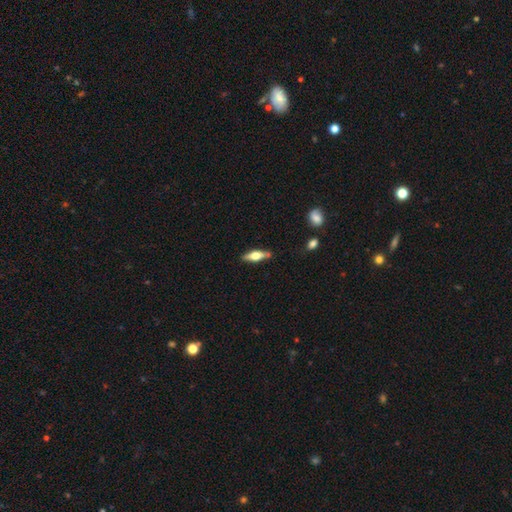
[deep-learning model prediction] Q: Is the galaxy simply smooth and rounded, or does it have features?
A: featured or disk — 55%.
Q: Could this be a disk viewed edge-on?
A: yes — 93%.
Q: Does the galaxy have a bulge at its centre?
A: rounded — 91%.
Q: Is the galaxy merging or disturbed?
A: none — 81%.